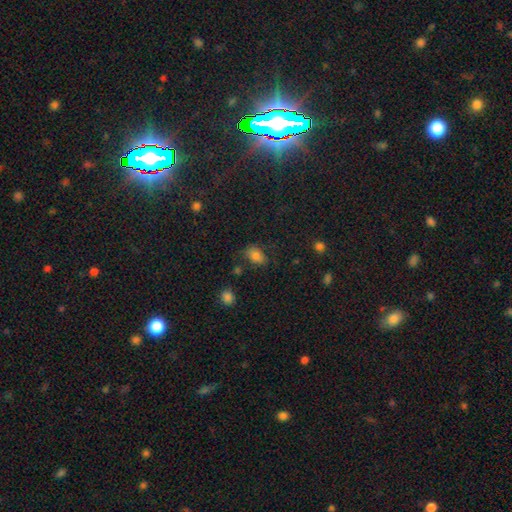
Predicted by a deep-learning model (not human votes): Smooth or featured? smooth (80%)
How rounded? in between (83%)
Merging? none (68%)